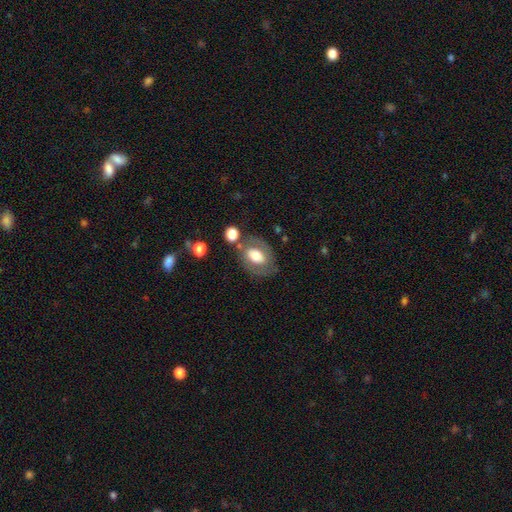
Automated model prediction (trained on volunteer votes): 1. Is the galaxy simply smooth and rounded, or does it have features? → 57% smooth, 36% featured or disk, 8% star or artifact.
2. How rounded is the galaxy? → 78% in between, 21% round, 1% cigar-shaped.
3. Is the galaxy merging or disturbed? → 65% none, 17% minor disturbance, 9% merger, 9% major disturbance.